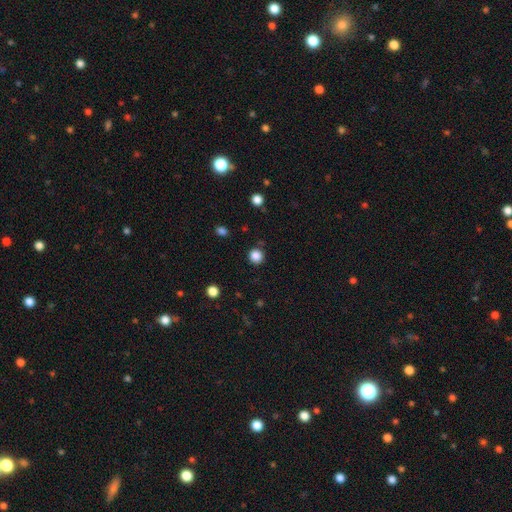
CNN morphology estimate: smooth 86%, star or artifact 11%, featured or disk 3%. Down the decision tree: how rounded — round (93%); merging — none (89%).